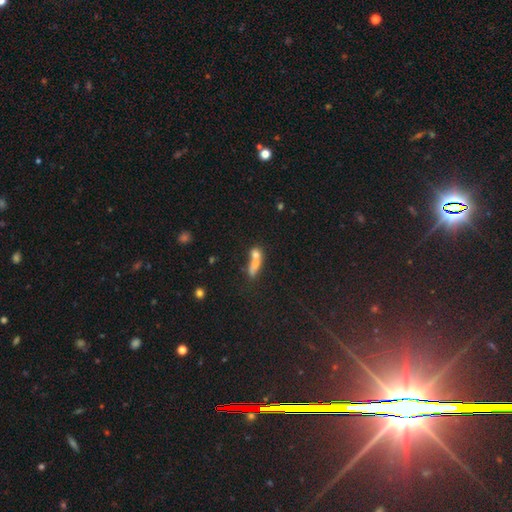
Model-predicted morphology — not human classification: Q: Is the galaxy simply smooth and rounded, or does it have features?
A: smooth — 65%.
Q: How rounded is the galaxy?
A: in between — 46%.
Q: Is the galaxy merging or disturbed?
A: merger — 59%.